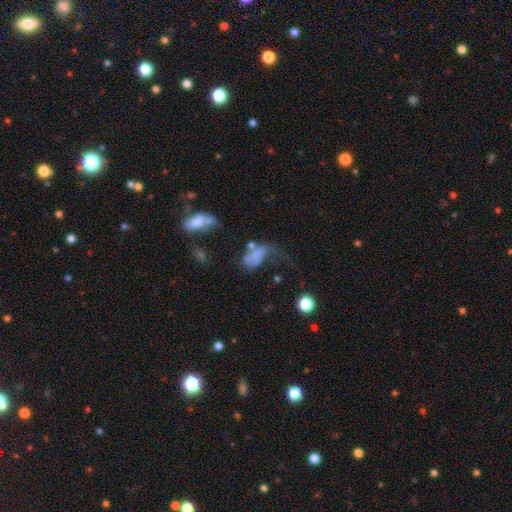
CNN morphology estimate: Smooth or featured? smooth (58%)
How rounded? in between (87%)
Merging? major disturbance (48%)